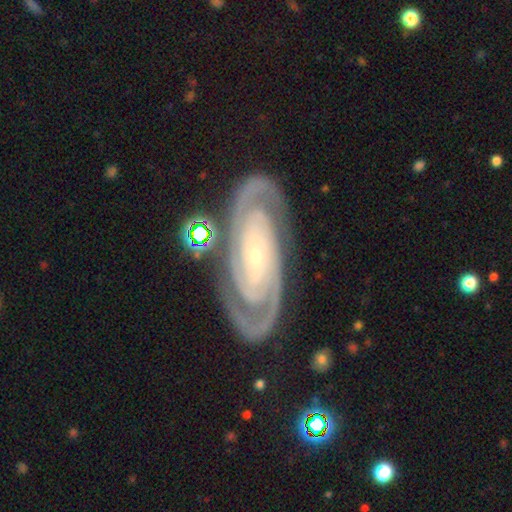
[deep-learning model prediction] A featured or disk galaxy (92%) with no bar (62%), 2 (86%) tight (77%) spiral arms (98%) and a small central bulge (85%).

Vote fractions:
- Smooth or featured? featured or disk: 92% / star or artifact: 4% / smooth: 3%
- Edge-on disk? no: 96% / yes: 4%
- Bar? no: 62% / weak: 21% / strong: 17%
- Spiral arms? yes: 98% / no: 2%
- Spiral winding? tight: 77% / medium: 20% / loose: 3%
- Spiral arm count? 2: 86% / 3: 4% / can't tell: 4% / 4: 2% / 1: 2% / more than 4: 2%
- Bulge size? small: 85% / moderate: 10% / none: 2% / large: 1% / dominant: 1%
- Merging? none: 82% / minor disturbance: 12% / major disturbance: 4% / merger: 3%